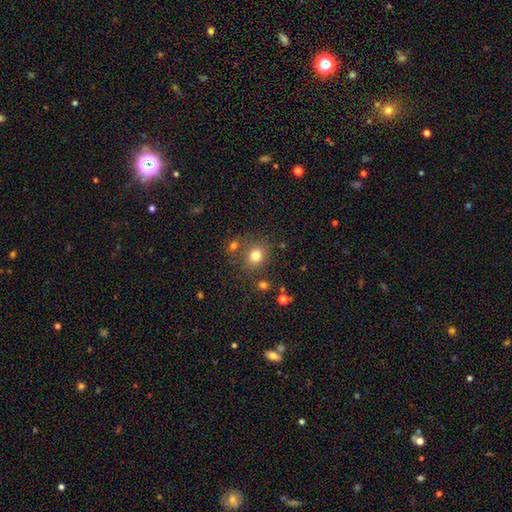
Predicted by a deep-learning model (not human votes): This is likely a smooth galaxy (78%). How rounded: likely round (73%). Merging: likely none (70%).